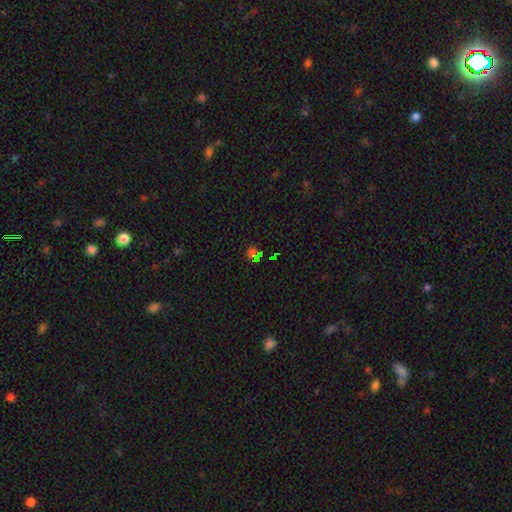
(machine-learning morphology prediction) Smooth or featured? star or artifact (55%)